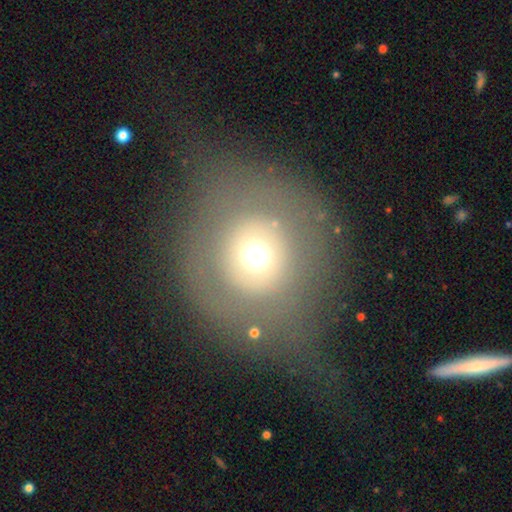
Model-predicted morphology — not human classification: Smooth or featured?
  - smooth: 58% *
  - featured or disk: 28%
  - star or artifact: 15%
How rounded?
  - round: 89% *
  - in between: 10%
  - cigar-shaped: 1%
Merging?
  - none: 80% *
  - minor disturbance: 9%
  - major disturbance: 9%
  - merger: 2%